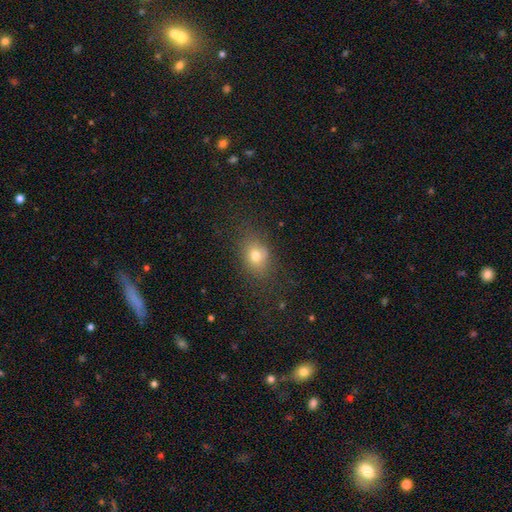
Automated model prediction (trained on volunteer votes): Q: Smooth or featured?
A: smooth (74%); runner-up: star or artifact (14%)
Q: How rounded?
A: in between (59%); runner-up: round (39%)
Q: Merging?
A: none (75%); runner-up: minor disturbance (16%)